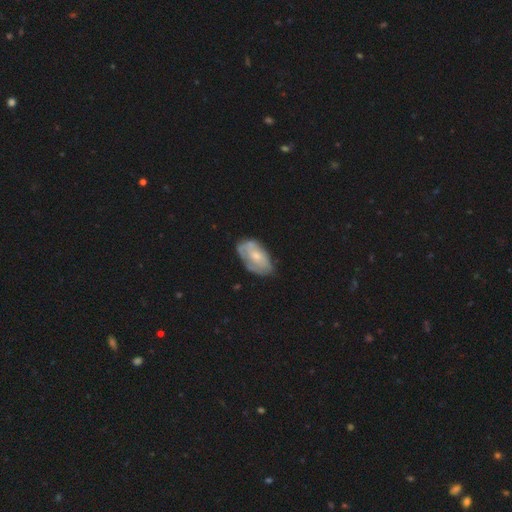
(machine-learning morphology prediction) Smooth or featured? Predicted: featured or disk (p=0.54). Edge-on disk? Predicted: no (p=0.94). Bar? Predicted: no (p=0.76). Spiral arms? Predicted: yes (p=0.56). Bulge size? Predicted: small (p=0.50). Merging? Predicted: none (p=0.57).